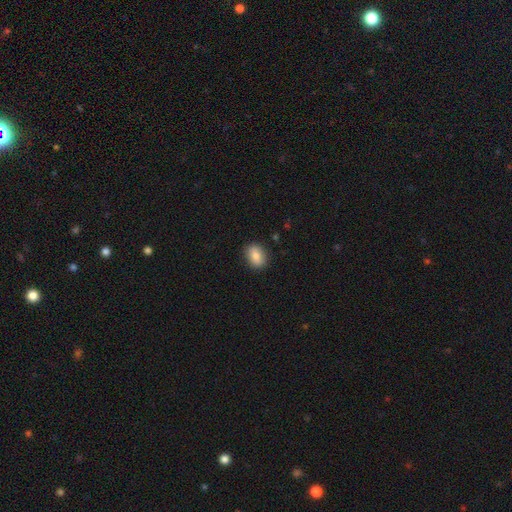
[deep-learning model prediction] This is clearly a smooth galaxy (83%). How rounded: likely in between (73%). Merging: clearly none (87%).